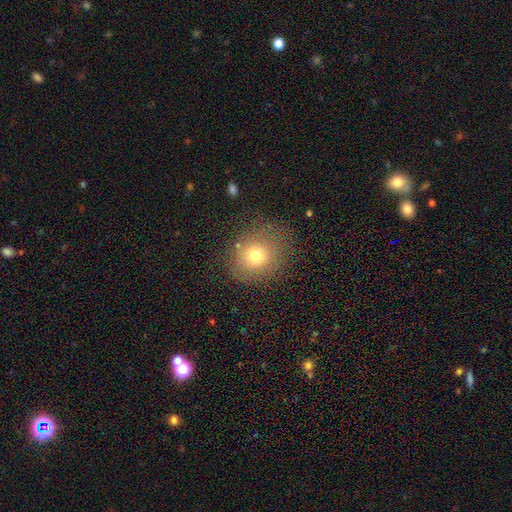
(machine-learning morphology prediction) smooth-or-featured: smooth: 71% | star or artifact: 15% | featured or disk: 14%
  how-rounded: round: 71% | in between: 28% | cigar-shaped: 1%
  merging: none: 74% | minor disturbance: 15% | major disturbance: 8% | merger: 2%